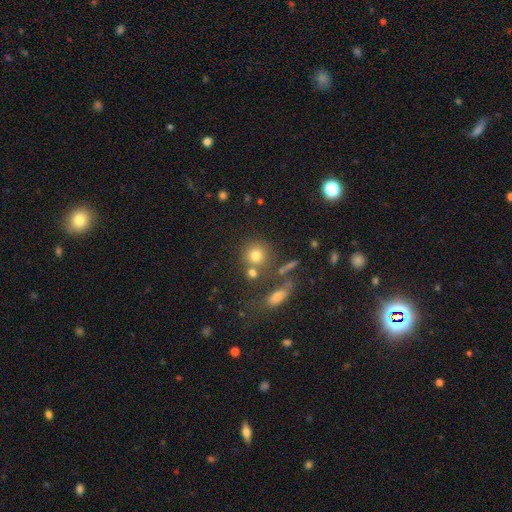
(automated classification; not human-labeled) Smooth or featured? smooth (73%)
How rounded? round (86%)
Merging? none (63%)